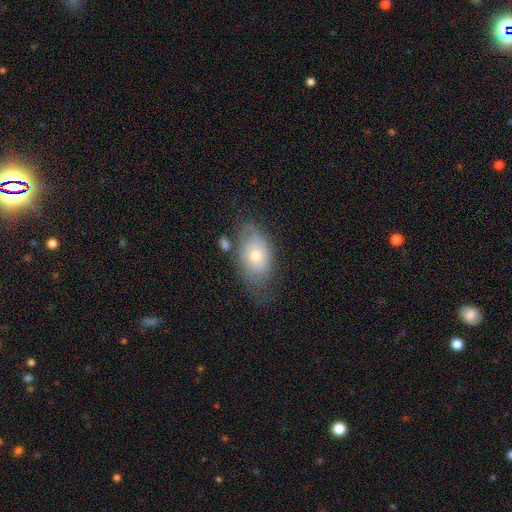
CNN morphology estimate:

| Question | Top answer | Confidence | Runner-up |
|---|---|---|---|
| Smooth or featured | smooth | 55% | featured or disk (36%) |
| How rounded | in between | 88% | round (10%) |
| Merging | none | 53% | minor disturbance (28%) |